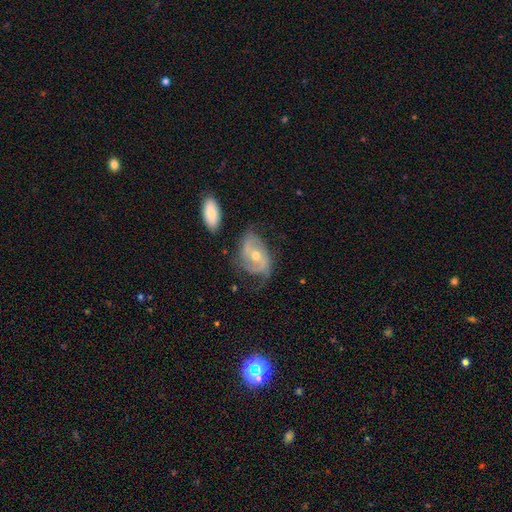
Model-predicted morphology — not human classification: A featured or disk galaxy (78%) with no bar (55%), 2 (59%) medium (41%) spiral arms (89%) and a moderate central bulge (59%). Merging: none (53%).